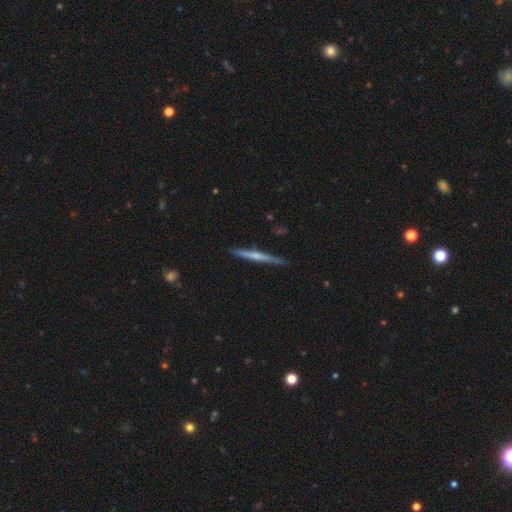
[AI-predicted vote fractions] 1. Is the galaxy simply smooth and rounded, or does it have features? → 56% featured or disk, 39% smooth, 6% star or artifact.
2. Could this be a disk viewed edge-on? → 97% yes, 3% no.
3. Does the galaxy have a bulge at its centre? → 47% none, 44% rounded, 9% boxy.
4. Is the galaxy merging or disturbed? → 88% none, 9% minor disturbance, 2% major disturbance, 1% merger.